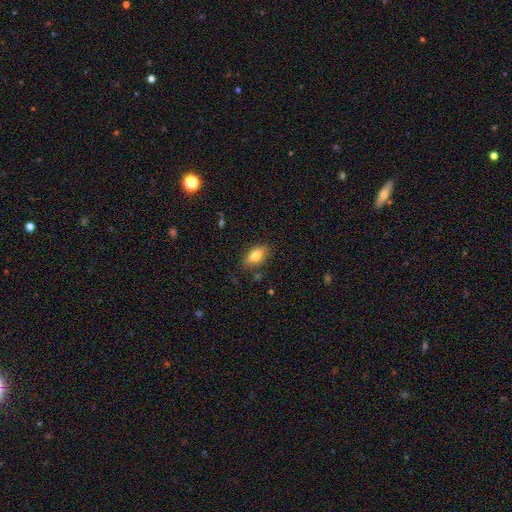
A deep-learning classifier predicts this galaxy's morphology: A smooth galaxy with no disk features (75%) that is in between round and cigar-shaped (83%). Merging: none (81%).